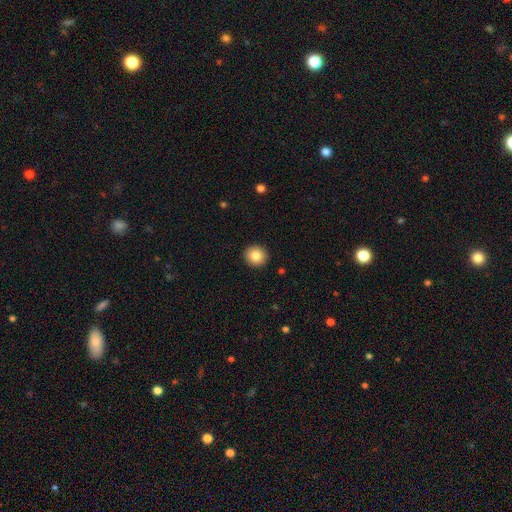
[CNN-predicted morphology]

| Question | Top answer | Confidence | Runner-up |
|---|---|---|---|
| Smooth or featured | smooth | 84% | star or artifact (9%) |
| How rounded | round | 93% | in between (6%) |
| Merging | none | 93% | minor disturbance (5%) |